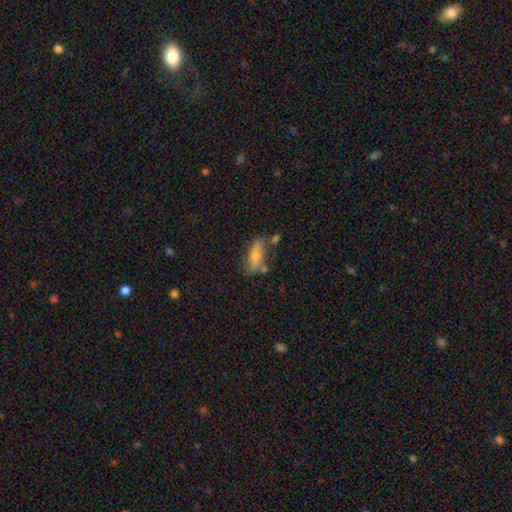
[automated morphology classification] Overall: smooth (55%; featured or disk 36%). How rounded: in between (62%; cigar-shaped 34%). Merging: none (63%).